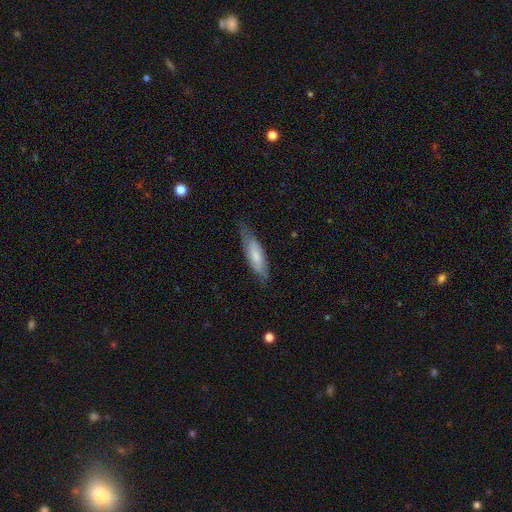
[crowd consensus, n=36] smooth-or-featured: smooth: 58% | featured or disk: 39% | star or artifact: 3%
  how-rounded: cigar-shaped: 67% | in between: 33% | round: 0%
  merging: none: 69% | minor disturbance: 29% | major disturbance: 3% | merger: 0%